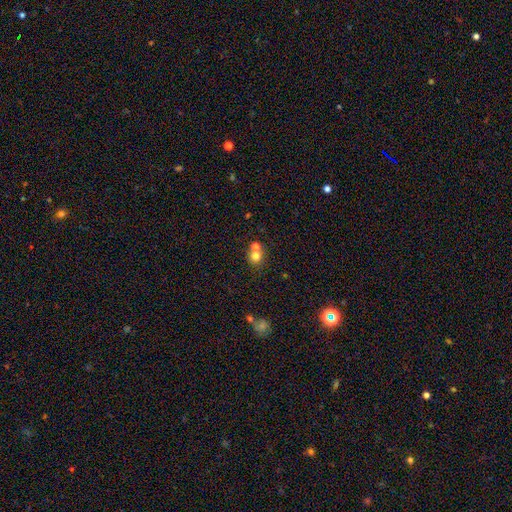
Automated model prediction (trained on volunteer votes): smooth_or_featured: smooth (p=0.74) [alt: star or artifact p=0.15]
how_rounded: round (p=0.84) [alt: in between p=0.15]
merging: none (p=0.50) [alt: merger p=0.41]